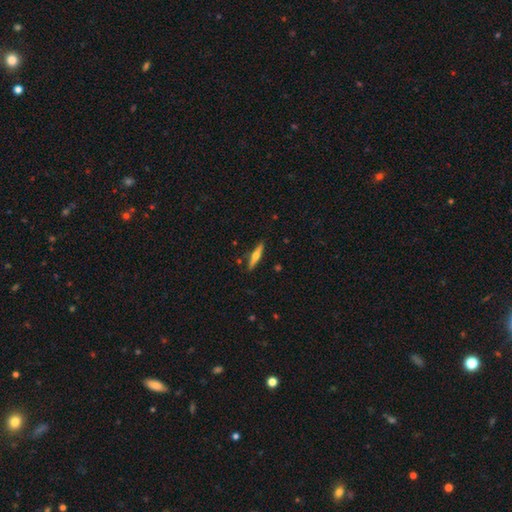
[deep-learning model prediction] featured or disk 56%, smooth 38%, star or artifact 6%. Down the decision tree: edge-on disk — yes (96%); edge-on bulge — rounded (91%); merging — none (88%).